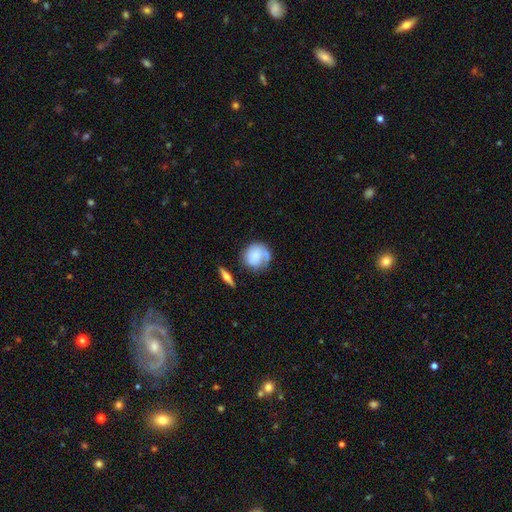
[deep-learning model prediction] smooth_or_featured: smooth (p=0.59) [alt: featured or disk p=0.34]
how_rounded: round (p=0.82) [alt: in between p=0.17]
merging: none (p=0.55) [alt: minor disturbance p=0.24]